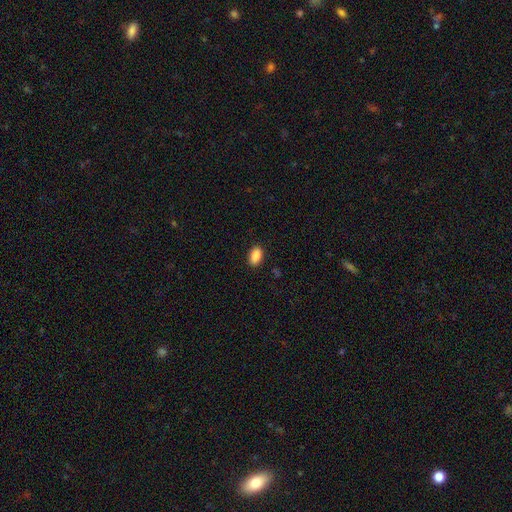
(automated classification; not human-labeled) smooth 90%, star or artifact 8%, featured or disk 3%. Down the decision tree: how rounded — in between (92%); merging — none (89%).